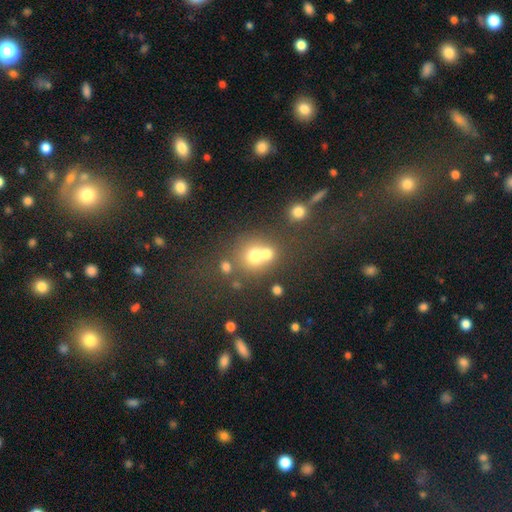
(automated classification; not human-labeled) This appears to be a smooth galaxy with no disk features (68%) that is round (82%). Merging: merger (46%).